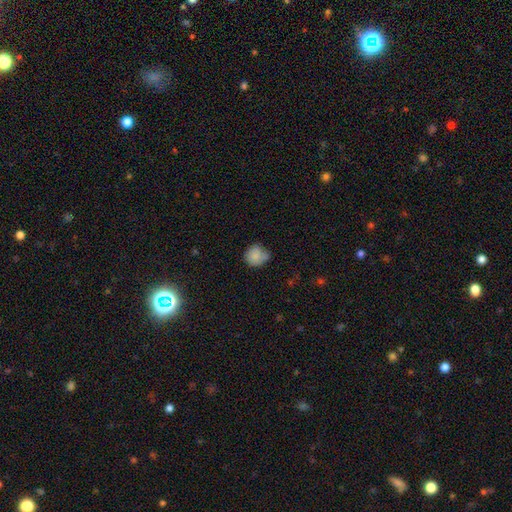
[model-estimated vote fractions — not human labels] Overall: smooth (81%). How rounded: round (80%). Merging: none (51%; minor disturbance 31%).